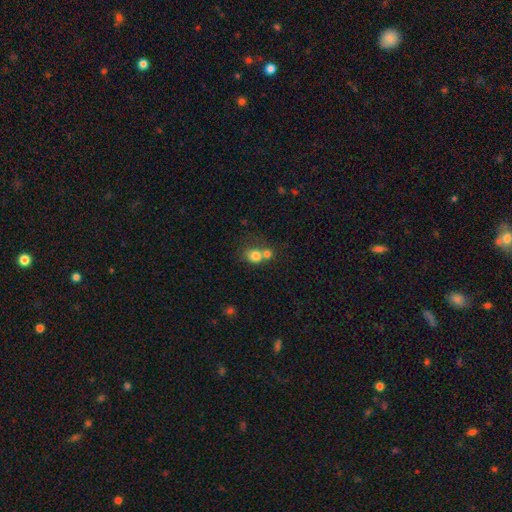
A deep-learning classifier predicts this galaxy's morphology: Smooth or featured: smooth — 76% (featured or disk — 12%)
How rounded: round — 71% (in between — 28%)
Merging: merger — 53% (none — 34%)